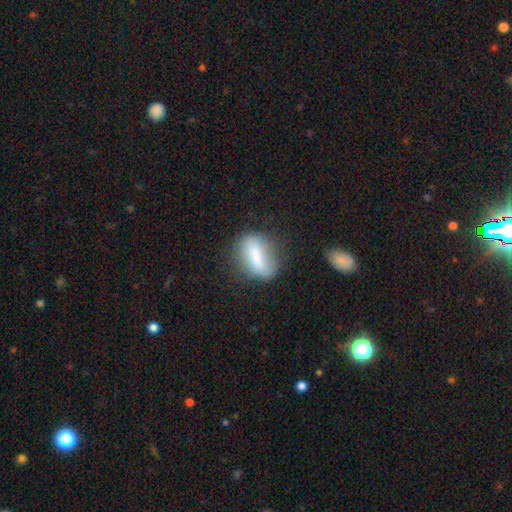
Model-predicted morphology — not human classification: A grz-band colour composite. It shows a smooth galaxy with no disk features (65%) that is in between round and cigar-shaped (67%). Merging: none (63%).